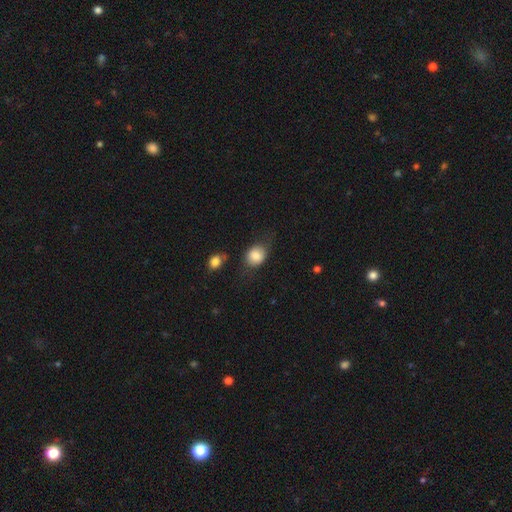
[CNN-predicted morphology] type=smooth (81%); roundness=round (54%); merging=none (63%).